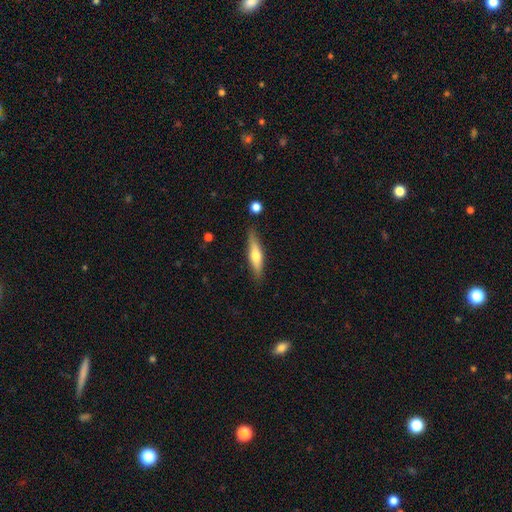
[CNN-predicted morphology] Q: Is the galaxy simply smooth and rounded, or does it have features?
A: smooth — 50%.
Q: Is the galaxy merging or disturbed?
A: none — 84%.